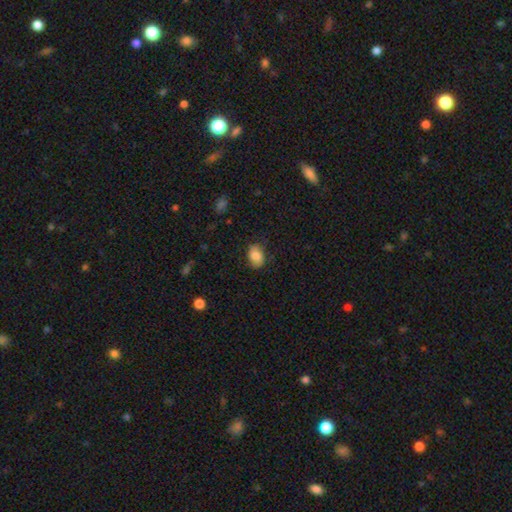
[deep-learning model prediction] Morphology: type=smooth (82%); roundness=in between (76%); merging=none (71%).